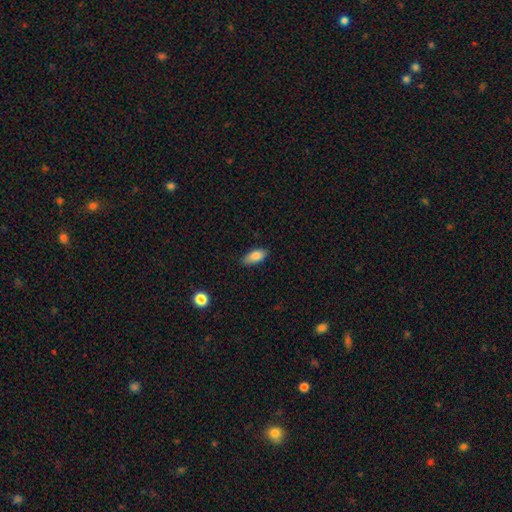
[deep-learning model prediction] Morphology: type=smooth (84%); roundness=in between (87%); merging=none (77%).